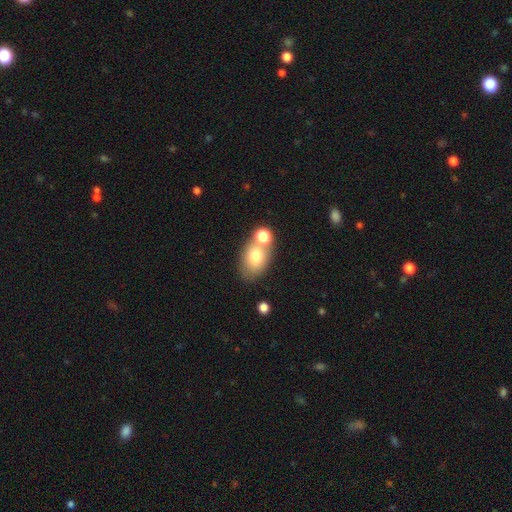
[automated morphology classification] Smooth or featured? smooth (74%)
How rounded? in between (79%)
Merging? none (51%)